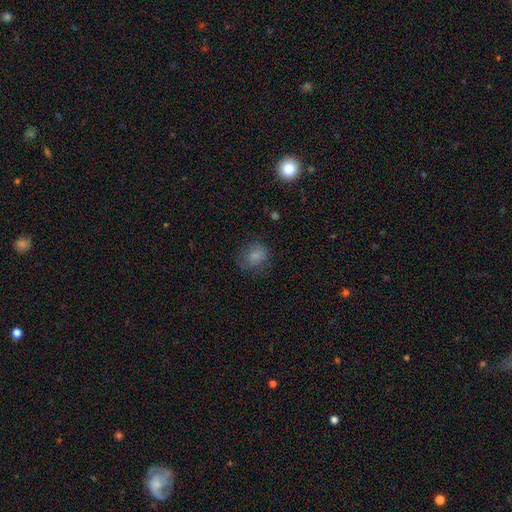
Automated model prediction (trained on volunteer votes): Overall: smooth (76%). How rounded: round (63%; in between 36%). Merging: none (65%).